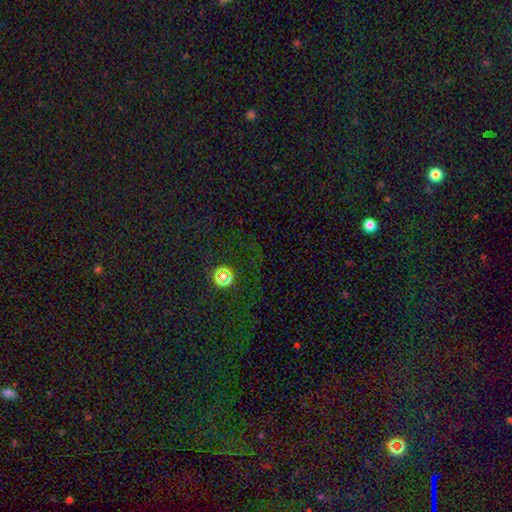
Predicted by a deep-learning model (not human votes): Overall: star or artifact (71%).